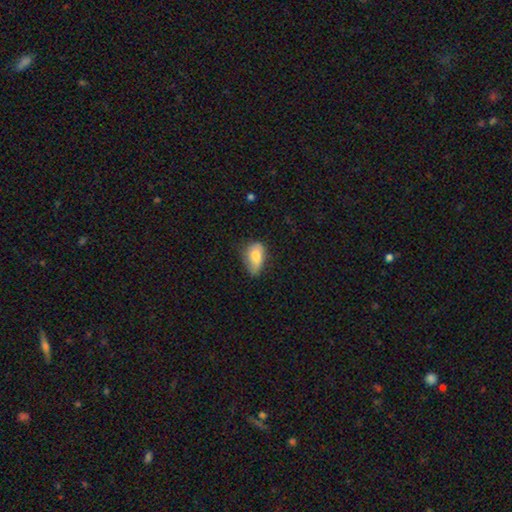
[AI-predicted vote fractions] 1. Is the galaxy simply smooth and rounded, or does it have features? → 72% smooth, 21% featured or disk, 7% star or artifact.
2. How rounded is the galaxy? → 89% in between, 8% round, 3% cigar-shaped.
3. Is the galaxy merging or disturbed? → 43% none, 41% minor disturbance, 13% major disturbance, 3% merger.